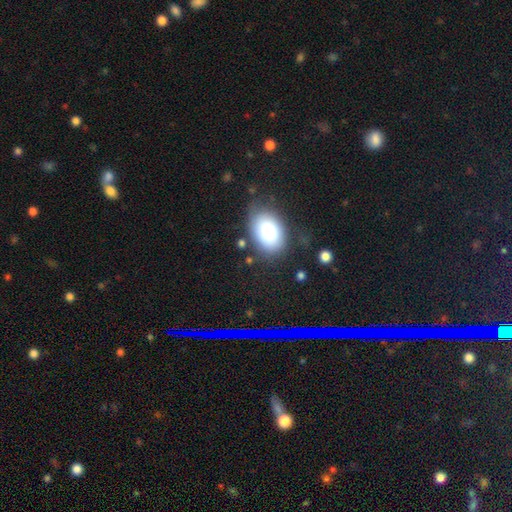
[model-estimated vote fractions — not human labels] This is likely a smooth galaxy (68%). How rounded: clearly in between (86%). Merging: likely none (79%).